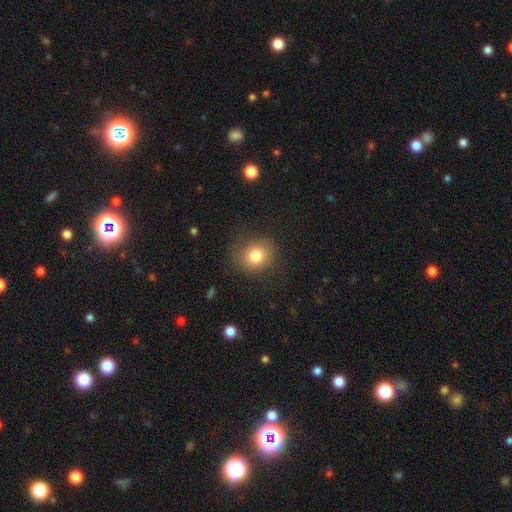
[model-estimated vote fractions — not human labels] smooth 79%, star or artifact 11%, featured or disk 10%. Down the decision tree: how rounded — round (73%); merging — none (76%).